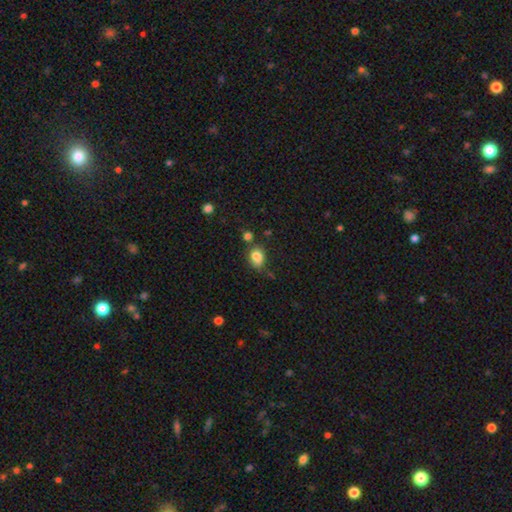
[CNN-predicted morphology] type=smooth (82%); roundness=in between (64%); merging=none (56%).